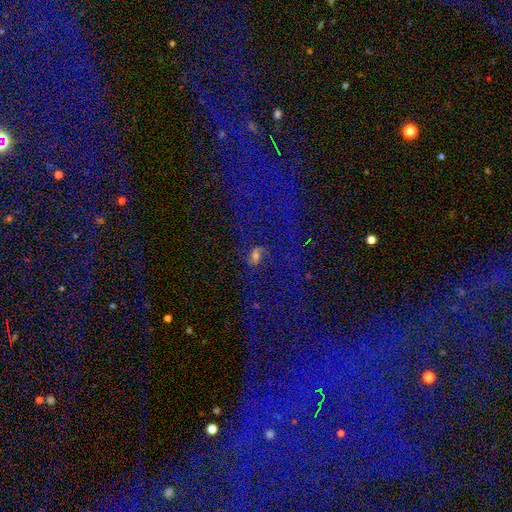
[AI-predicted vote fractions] The model was most divided on "smooth or featured": featured or disk: 46%, star or artifact: 28%, smooth: 26%. More confident: merging — none (57%).